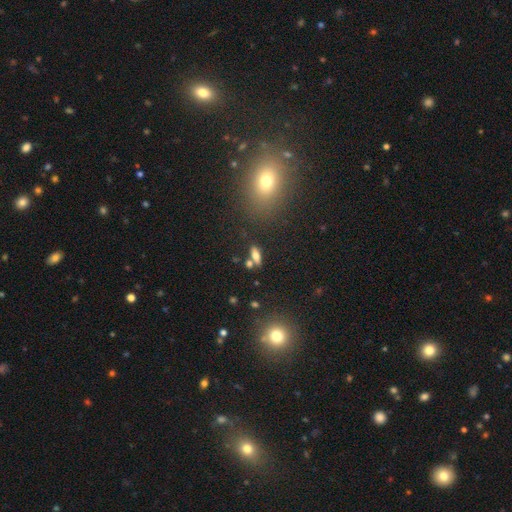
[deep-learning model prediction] Morphology: type=smooth (63%); roundness=in between (66%); merging=none (65%).